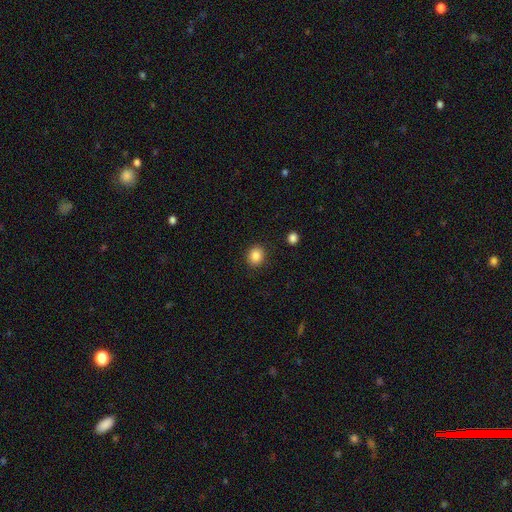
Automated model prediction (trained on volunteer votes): This is clearly a smooth galaxy (85%). How rounded: likely round (74%). Merging: clearly none (89%).